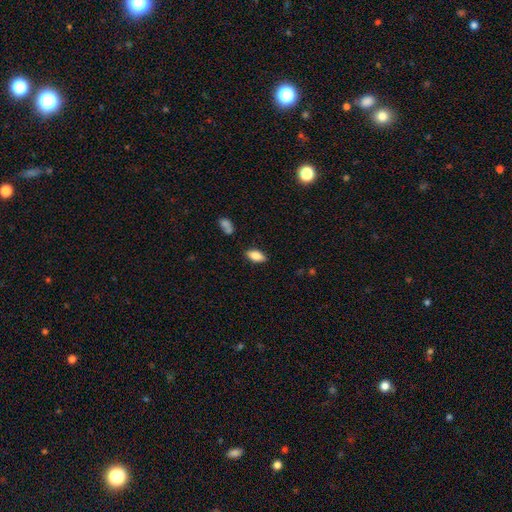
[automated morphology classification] Smooth or featured: smooth — 83% (featured or disk — 10%)
How rounded: in between — 89% (cigar-shaped — 9%)
Merging: none — 85% (minor disturbance — 11%)